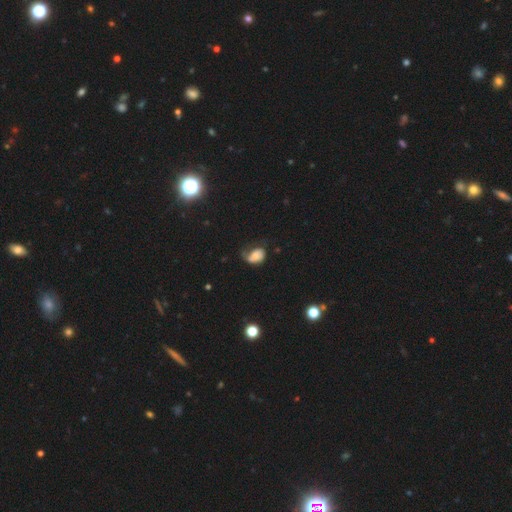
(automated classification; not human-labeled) Q: Smooth or featured?
A: smooth (58%); runner-up: featured or disk (32%)
Q: How rounded?
A: in between (77%); runner-up: round (21%)
Q: Merging?
A: minor disturbance (35%); runner-up: major disturbance (31%)